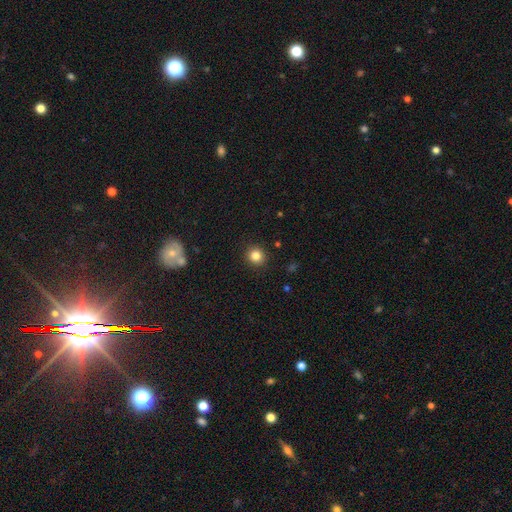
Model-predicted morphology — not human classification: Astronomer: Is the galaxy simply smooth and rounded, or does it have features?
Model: smooth — 83%.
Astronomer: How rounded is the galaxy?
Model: round — 91%.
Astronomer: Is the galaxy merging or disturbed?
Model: none — 92%.